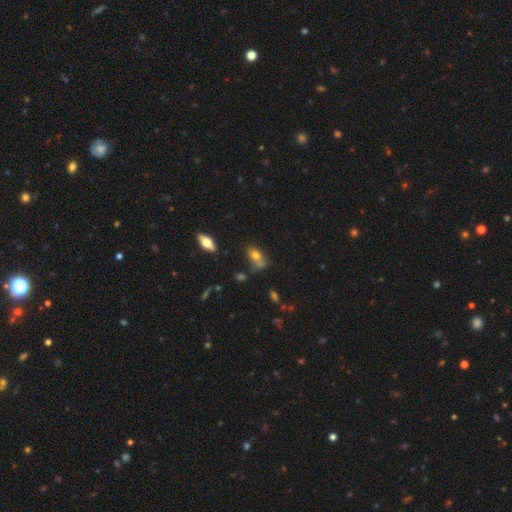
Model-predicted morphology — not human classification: Q: Smooth or featured?
A: smooth (72%); runner-up: featured or disk (16%)
Q: How rounded?
A: in between (73%); runner-up: round (22%)
Q: Merging?
A: none (42%); runner-up: merger (30%)